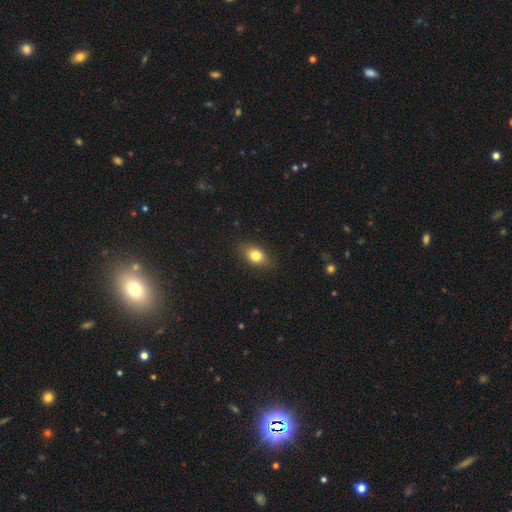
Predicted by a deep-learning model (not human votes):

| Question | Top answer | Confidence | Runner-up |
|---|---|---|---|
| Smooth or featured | smooth | 78% | featured or disk (12%) |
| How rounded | in between | 78% | round (19%) |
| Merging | none | 85% | minor disturbance (12%) |